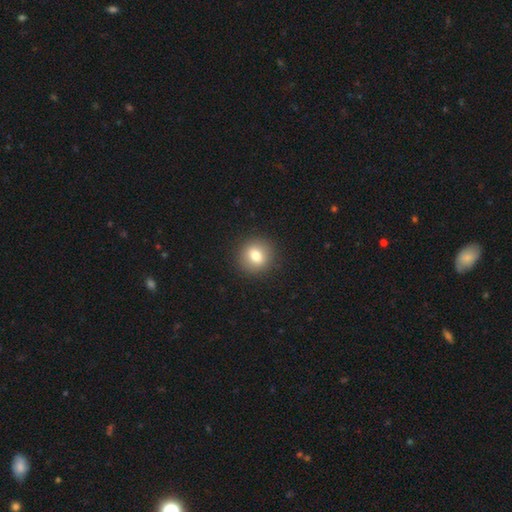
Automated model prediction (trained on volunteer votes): Smooth or featured: smooth — 78% (featured or disk — 12%)
How rounded: round — 87% (in between — 12%)
Merging: none — 91% (minor disturbance — 6%)